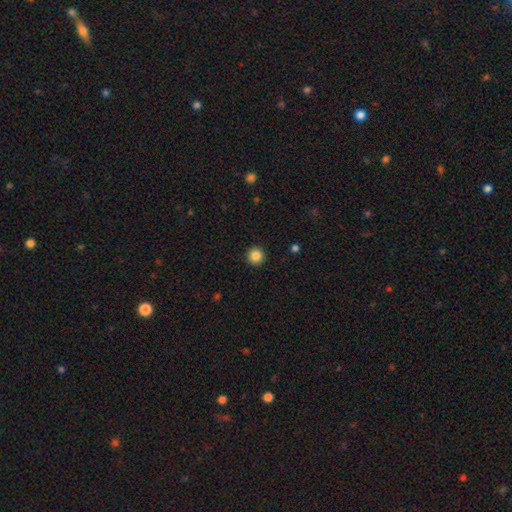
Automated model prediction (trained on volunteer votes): smooth 86%, star or artifact 10%, featured or disk 4%. Down the decision tree: how rounded — round (95%); merging — none (93%).